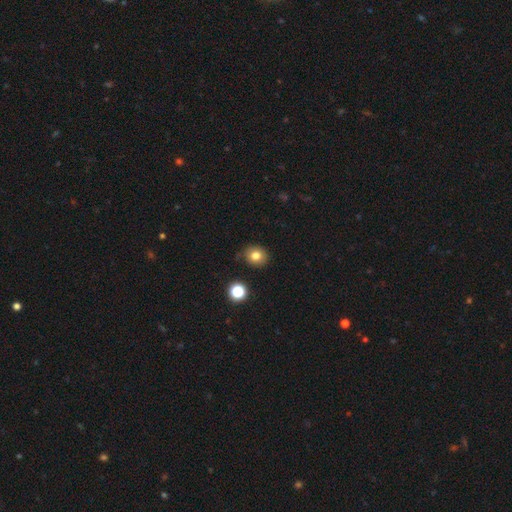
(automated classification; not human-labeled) smooth_or_featured: smooth (p=0.78) [alt: star or artifact p=0.13]
how_rounded: round (p=0.76) [alt: in between p=0.23]
merging: none (p=0.78) [alt: minor disturbance p=0.15]